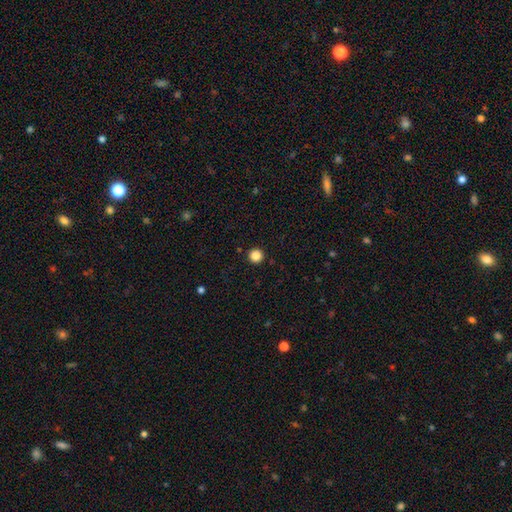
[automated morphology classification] Smooth or featured: smooth — 85% (star or artifact — 11%)
How rounded: round — 96% (in between — 3%)
Merging: none — 94% (minor disturbance — 4%)